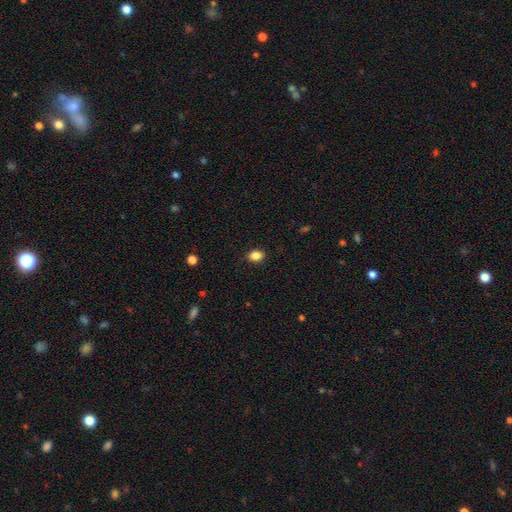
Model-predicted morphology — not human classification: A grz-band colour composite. It shows a smooth galaxy with no disk features (86%) that is in between round and cigar-shaped (70%). Merging: none (87%).